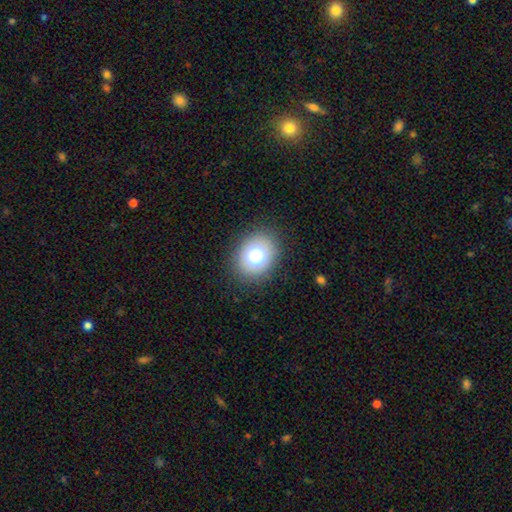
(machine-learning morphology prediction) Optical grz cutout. It shows a smooth galaxy with no disk features (76%) that is round (54%). Merging: none (87%).